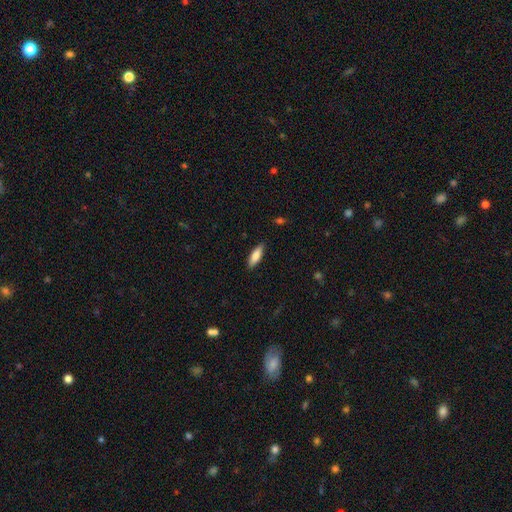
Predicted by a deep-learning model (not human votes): Morphology: type=smooth (79%); roundness=cigar-shaped (50%); merging=none (88%).